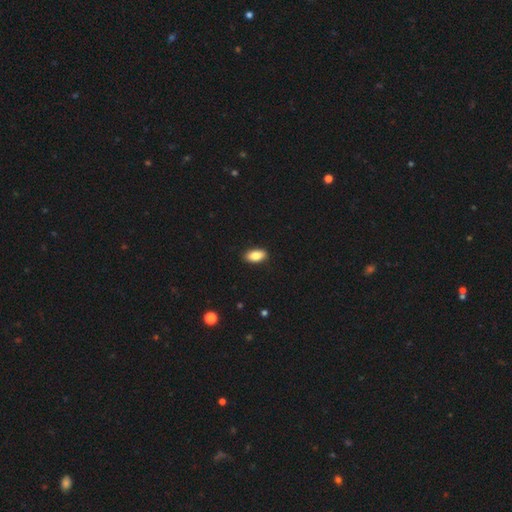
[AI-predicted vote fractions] Smooth or featured? Predicted: smooth (p=0.84). How rounded? Predicted: in between (p=0.92). Merging? Predicted: none (p=0.90).